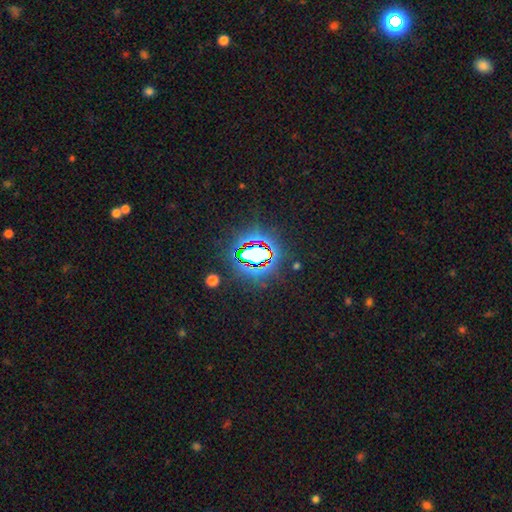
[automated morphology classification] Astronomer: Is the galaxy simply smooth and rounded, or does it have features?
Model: star or artifact — 72%.